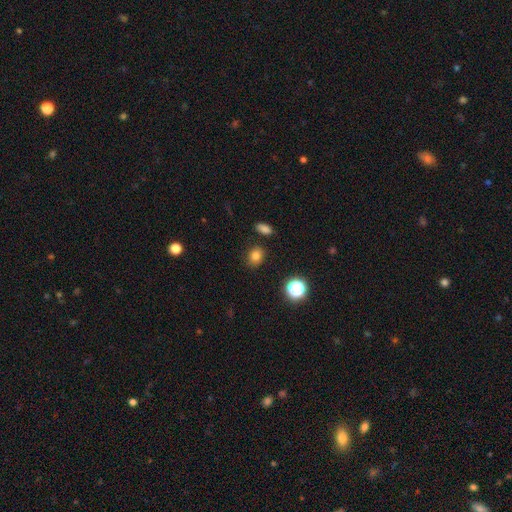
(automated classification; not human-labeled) A smooth galaxy with no disk features (79%) that is round (55%).

Vote fractions:
- Smooth or featured? smooth: 79% / star or artifact: 15% / featured or disk: 6%
- How rounded? round: 55% / in between: 44% / cigar-shaped: 1%
- Merging? none: 83% / minor disturbance: 11% / merger: 3% / major disturbance: 3%